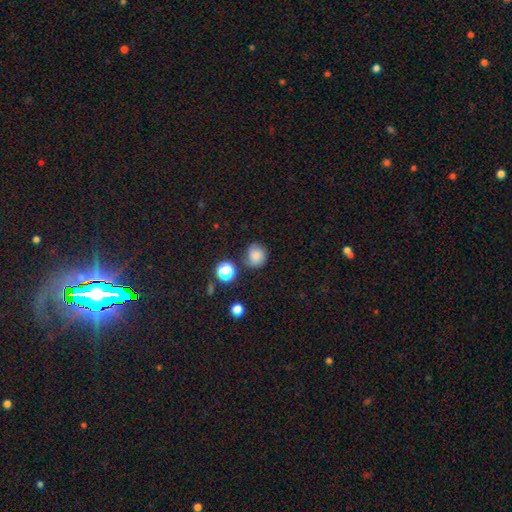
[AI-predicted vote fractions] smooth-or-featured: smooth: 77% | star or artifact: 13% | featured or disk: 10%
  how-rounded: round: 85% | in between: 14% | cigar-shaped: 1%
  merging: none: 72% | minor disturbance: 18% | merger: 5% | major disturbance: 5%